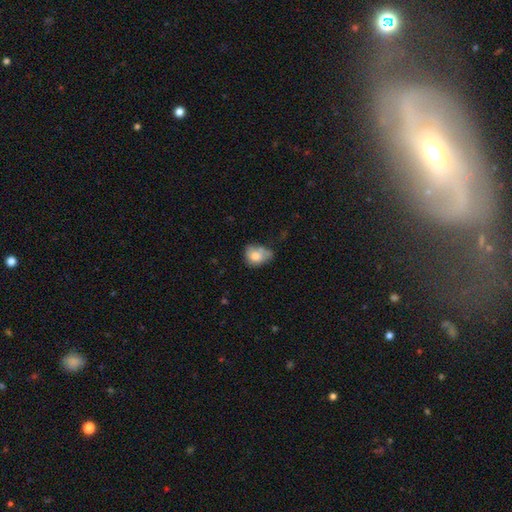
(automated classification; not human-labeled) smooth 72%, featured or disk 19%, star or artifact 10%. Down the decision tree: how rounded — in between (51%); merging — minor disturbance (34%).